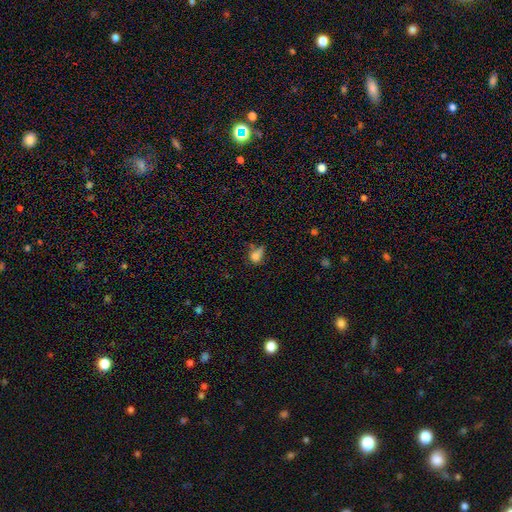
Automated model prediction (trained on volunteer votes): Smooth or featured?
  - smooth: 74% *
  - star or artifact: 13%
  - featured or disk: 12%
How rounded?
  - round: 49% *
  - in between: 48%
  - cigar-shaped: 3%
Merging?
  - none: 36% *
  - minor disturbance: 31%
  - major disturbance: 19%
  - merger: 14%